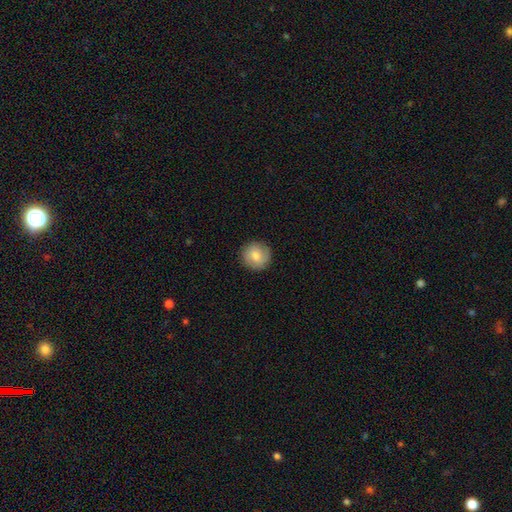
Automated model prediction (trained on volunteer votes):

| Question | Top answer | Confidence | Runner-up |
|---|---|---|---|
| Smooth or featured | smooth | 79% | featured or disk (14%) |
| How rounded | round | 94% | in between (5%) |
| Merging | none | 89% | minor disturbance (8%) |